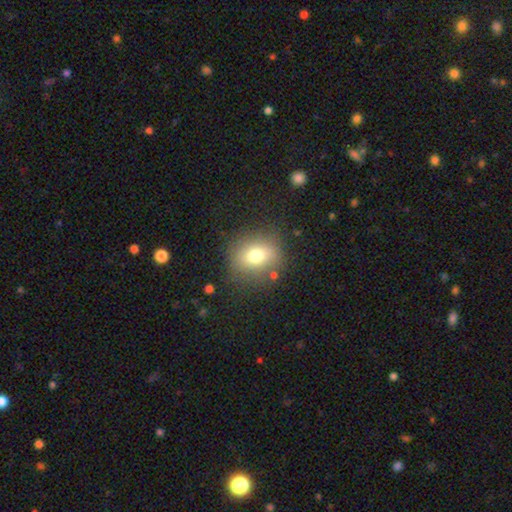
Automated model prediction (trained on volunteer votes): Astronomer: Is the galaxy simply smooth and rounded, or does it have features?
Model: smooth — 72%.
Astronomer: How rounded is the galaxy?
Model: round — 71%.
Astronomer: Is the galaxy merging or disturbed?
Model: none — 79%.